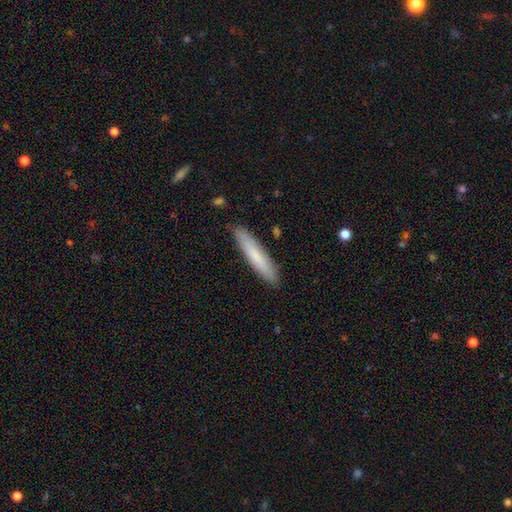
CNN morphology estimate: smooth-or-featured: smooth: 75% | featured or disk: 19% | star or artifact: 6%
  how-rounded: cigar-shaped: 90% | in between: 9% | round: 1%
  merging: none: 89% | minor disturbance: 8% | major disturbance: 2% | merger: 1%